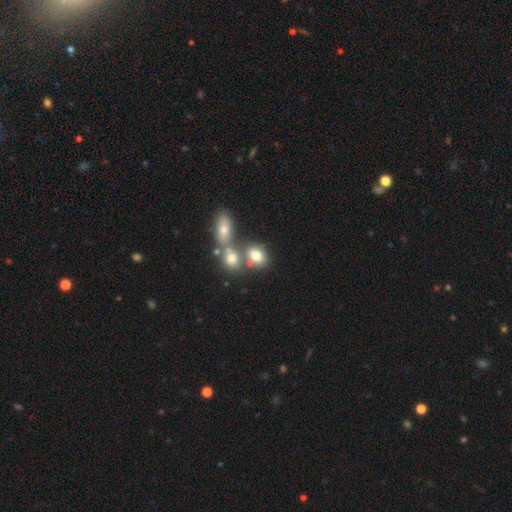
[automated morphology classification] Smooth or featured: smooth — 74% (featured or disk — 14%)
How rounded: in between — 61% (round — 37%)
Merging: none — 42% (tied with merger — 42%)